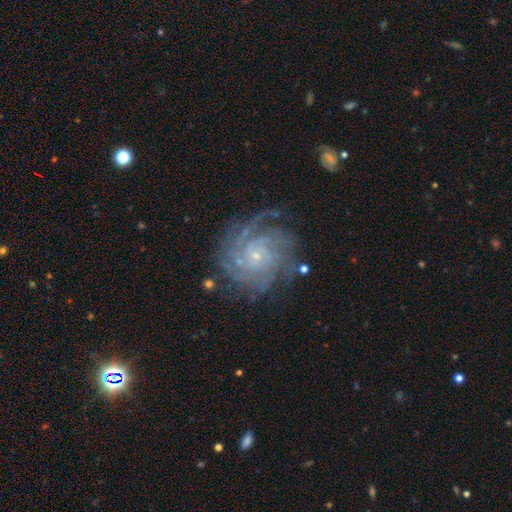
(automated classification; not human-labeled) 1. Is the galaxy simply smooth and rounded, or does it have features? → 87% featured or disk, 7% star or artifact, 6% smooth.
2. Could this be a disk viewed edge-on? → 98% no, 2% yes.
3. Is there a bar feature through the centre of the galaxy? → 78% no, 18% weak, 5% strong.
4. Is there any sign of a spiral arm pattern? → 98% yes, 2% no.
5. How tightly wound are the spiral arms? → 72% tight, 24% medium, 4% loose.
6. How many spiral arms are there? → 30% 4, 23% more than 4, 18% can't tell, 13% 3, 8% 2, 7% 1.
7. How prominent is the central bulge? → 85% small, 10% moderate, 3% none, 1% large, 1% dominant.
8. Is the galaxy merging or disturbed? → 75% none, 16% minor disturbance, 7% major disturbance, 2% merger.